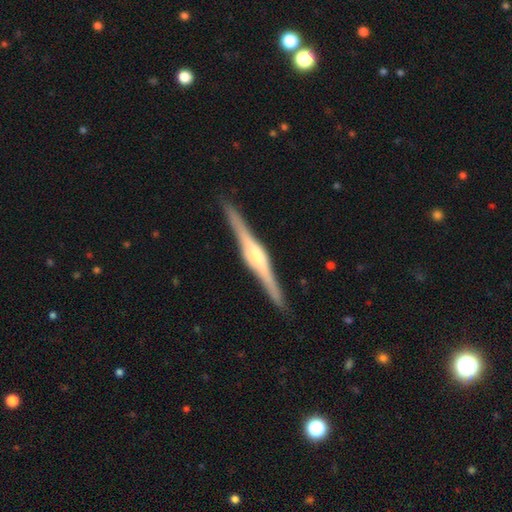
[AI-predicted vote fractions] Morphology: type=featured or disk (86%); edge-on=yes (98%); edge-on bulge=rounded (64%); merging=none (92%).